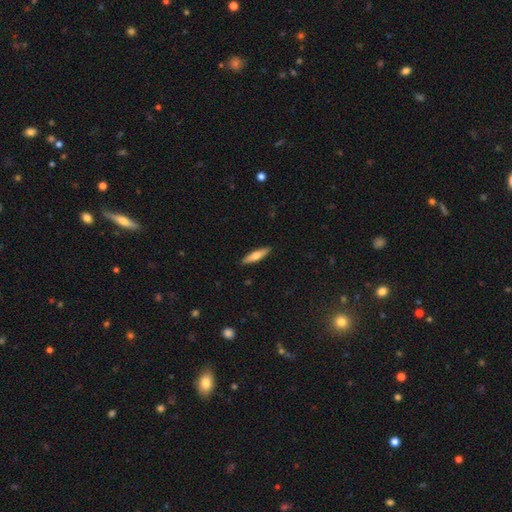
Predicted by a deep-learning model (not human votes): The model was most divided on "smooth or featured": smooth: 65%, featured or disk: 30%, star or artifact: 6%. More confident: merging — none (90%); how rounded — cigar-shaped (74%).